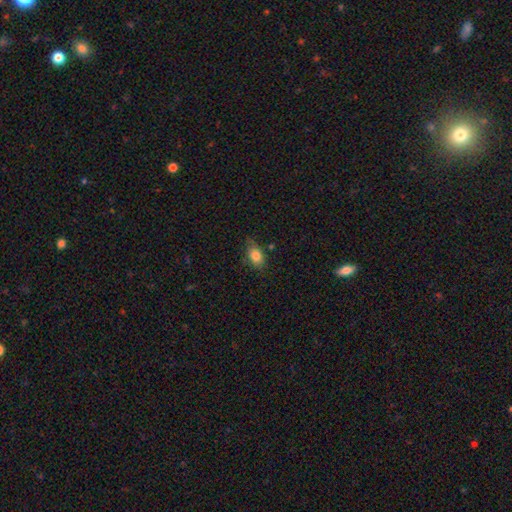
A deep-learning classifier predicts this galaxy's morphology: Q: Smooth or featured?
A: smooth (83%); runner-up: star or artifact (9%)
Q: How rounded?
A: in between (82%); runner-up: round (15%)
Q: Merging?
A: none (68%); runner-up: minor disturbance (24%)